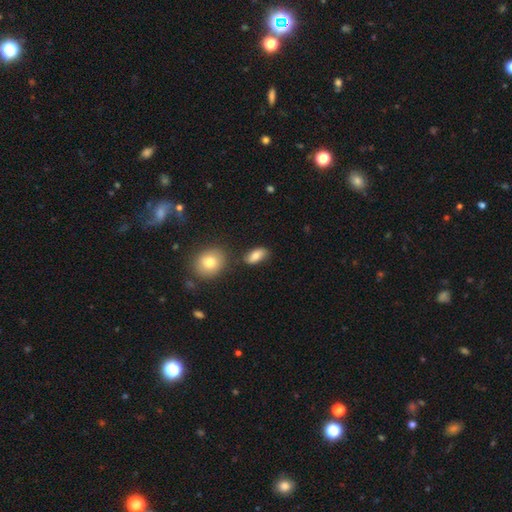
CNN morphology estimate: The model was most divided on "merging": none: 76%, minor disturbance: 14%, merger: 6%, major disturbance: 4%. More confident: how rounded — in between (88%); smooth or featured — smooth (80%).